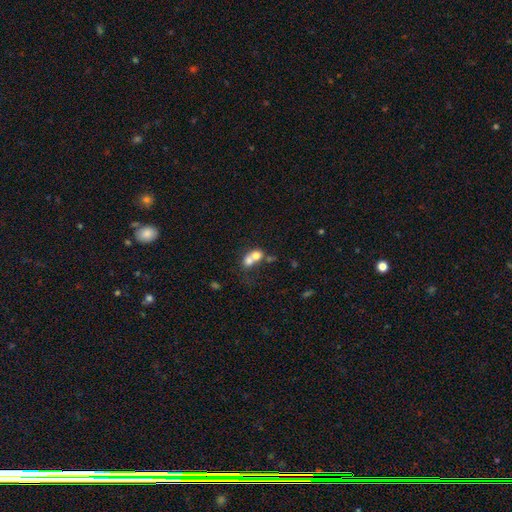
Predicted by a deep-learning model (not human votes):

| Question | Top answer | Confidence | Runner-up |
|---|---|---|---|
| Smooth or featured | smooth | 67% | featured or disk (22%) |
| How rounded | round | 60% | in between (39%) |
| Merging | merger | 70% | none (20%) |